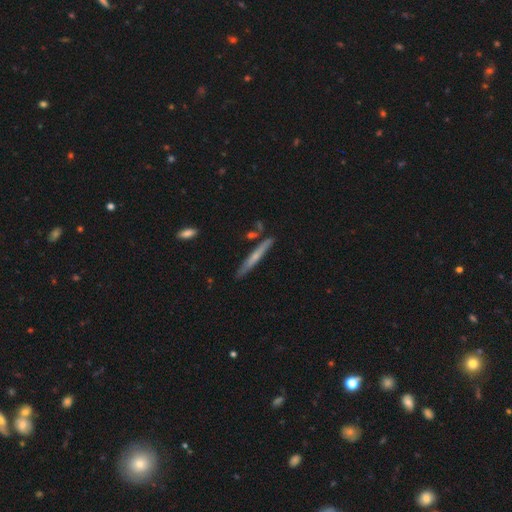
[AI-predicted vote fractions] Smooth or featured?
  - featured or disk: 51% *
  - smooth: 43%
  - star or artifact: 6%
Edge-on disk?
  - yes: 94% *
  - no: 6%
Merging?
  - none: 83% *
  - minor disturbance: 11%
  - merger: 4%
  - major disturbance: 2%